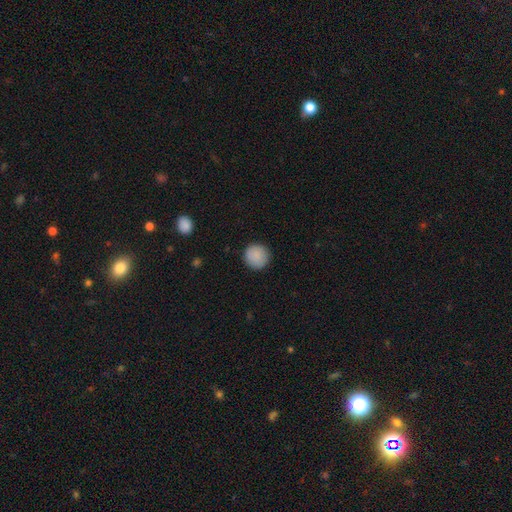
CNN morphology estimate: Smooth or featured? smooth (89%)
How rounded? round (95%)
Merging? none (92%)